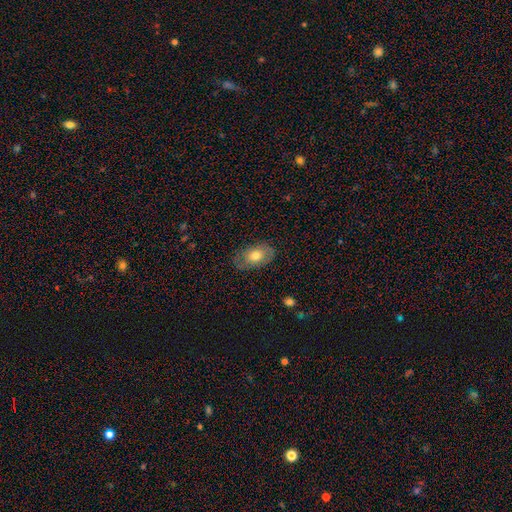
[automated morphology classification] A smooth galaxy with no disk features (62%) that is in between round and cigar-shaped (88%). Merging: none (75%).